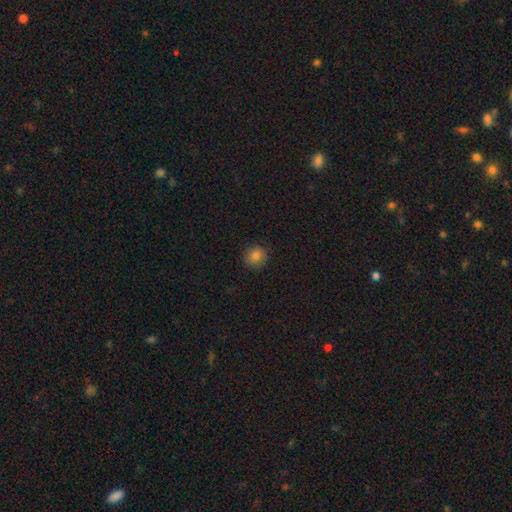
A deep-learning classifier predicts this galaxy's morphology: A smooth galaxy with no disk features (84%) that is round (88%). Merging: none (88%).